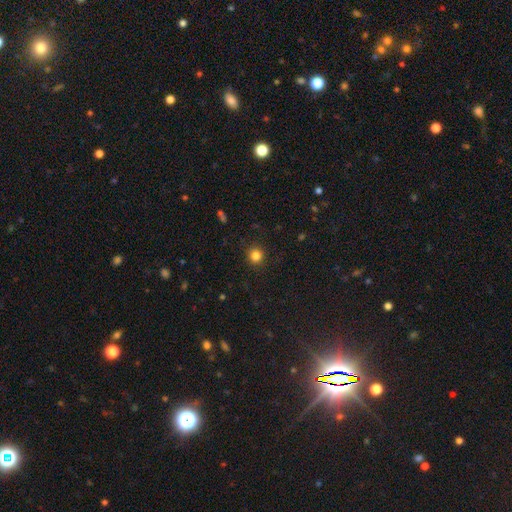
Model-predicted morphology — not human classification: Overall: smooth (83%). How rounded: round (92%). Merging: none (91%).